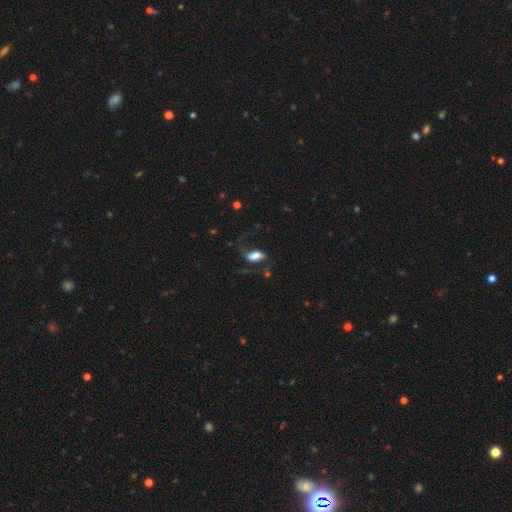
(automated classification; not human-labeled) Q: Smooth or featured?
A: smooth (52%); runner-up: featured or disk (37%)
Q: How rounded?
A: in between (84%); runner-up: cigar-shaped (10%)
Q: Merging?
A: none (42%); runner-up: major disturbance (35%)